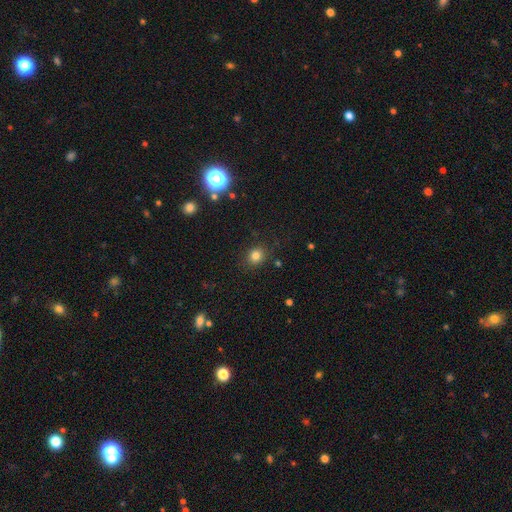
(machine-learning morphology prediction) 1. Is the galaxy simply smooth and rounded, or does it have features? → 81% smooth, 14% star or artifact, 6% featured or disk.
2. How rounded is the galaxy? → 77% round, 22% in between, 1% cigar-shaped.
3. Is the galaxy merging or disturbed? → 84% none, 10% minor disturbance, 4% major disturbance, 2% merger.